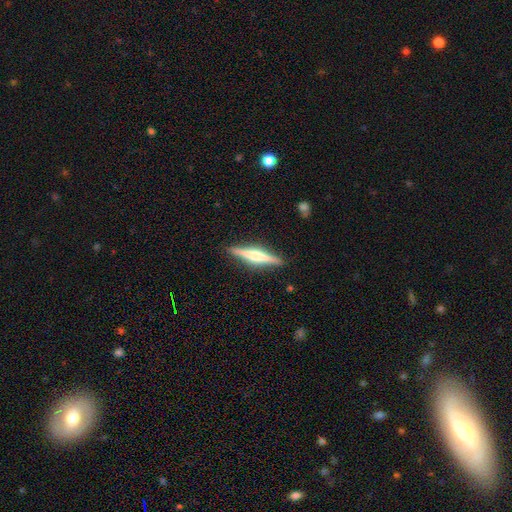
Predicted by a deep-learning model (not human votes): Q: Smooth or featured?
A: featured or disk (66%); runner-up: smooth (29%)
Q: Edge-on disk?
A: yes (97%); runner-up: no (3%)
Q: Edge-on bulge?
A: rounded (69%); runner-up: boxy (18%)
Q: Merging?
A: none (90%); runner-up: minor disturbance (7%)